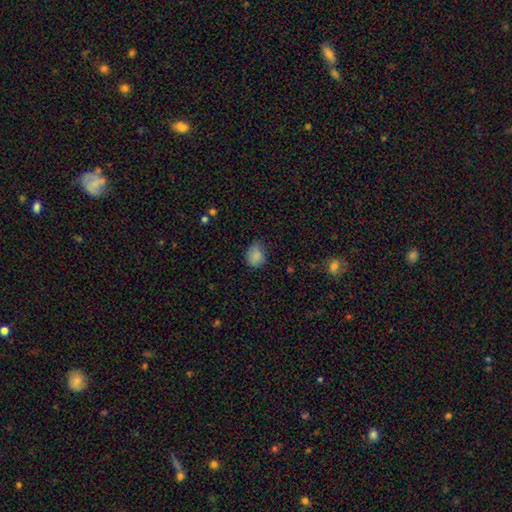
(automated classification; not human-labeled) smooth-or-featured: smooth: 83% | star or artifact: 10% | featured or disk: 7%
  how-rounded: round: 51% | in between: 48% | cigar-shaped: 1%
  merging: none: 58% | minor disturbance: 33% | major disturbance: 7% | merger: 2%